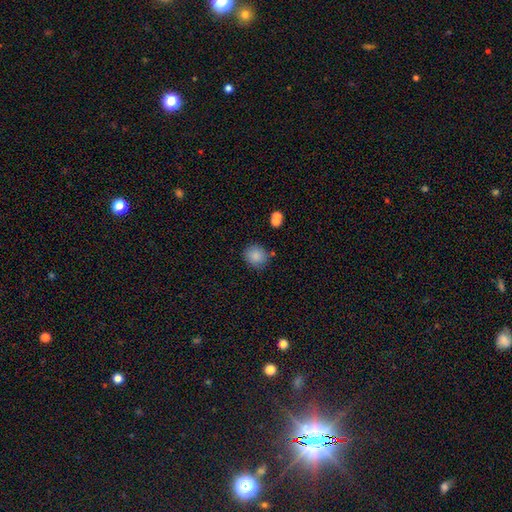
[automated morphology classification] A smooth galaxy with no disk features (86%) that is round (81%). Merging: none (80%).